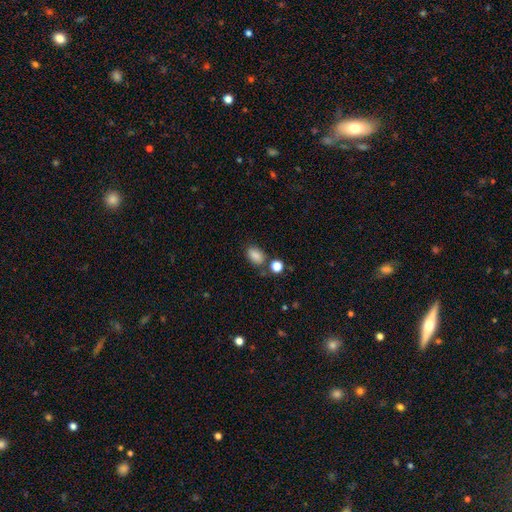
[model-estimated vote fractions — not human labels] smooth-or-featured: smooth: 85% | star or artifact: 10% | featured or disk: 5%
  how-rounded: in between: 85% | round: 13% | cigar-shaped: 2%
  merging: none: 68% | minor disturbance: 16% | merger: 11% | major disturbance: 5%